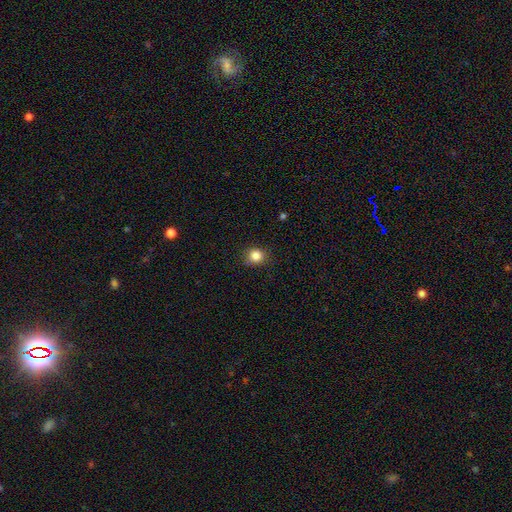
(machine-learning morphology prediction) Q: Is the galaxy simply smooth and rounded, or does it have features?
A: smooth — 84%.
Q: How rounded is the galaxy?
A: round — 85%.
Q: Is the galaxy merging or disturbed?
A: none — 84%.